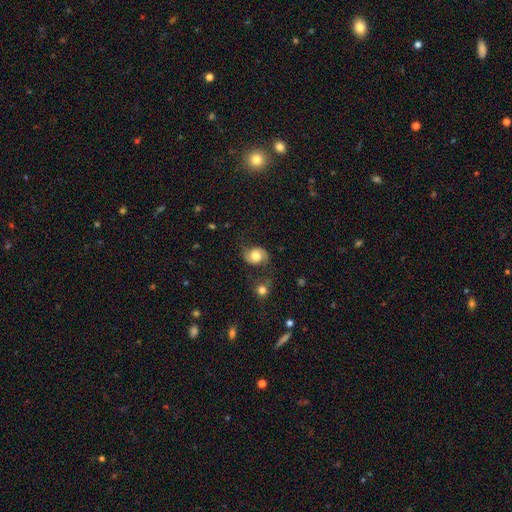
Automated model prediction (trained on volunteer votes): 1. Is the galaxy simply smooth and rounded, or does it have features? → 49% featured or disk, 42% smooth, 8% star or artifact.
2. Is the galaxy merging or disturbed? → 65% none, 21% minor disturbance, 10% major disturbance, 4% merger.